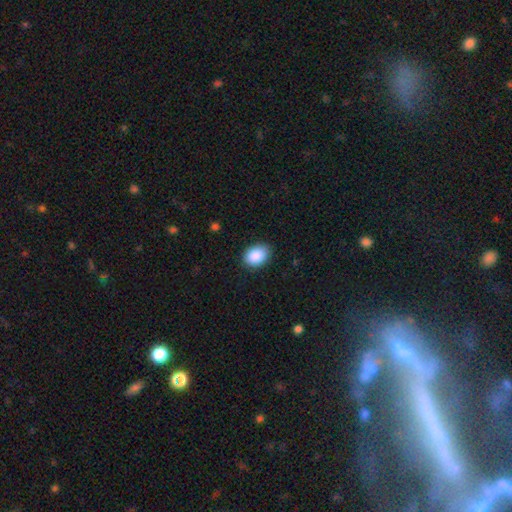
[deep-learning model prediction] This appears to be a smooth galaxy with no disk features (89%) that is in between round and cigar-shaped (79%). Merging: none (86%).